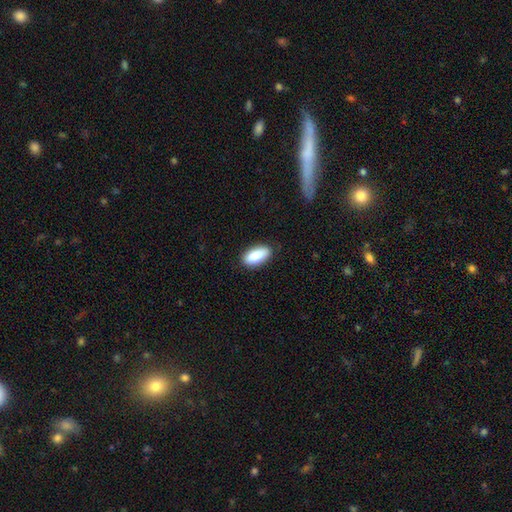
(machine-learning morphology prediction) This is clearly a smooth galaxy (87%). How rounded: clearly in between (87%). Merging: clearly none (83%).